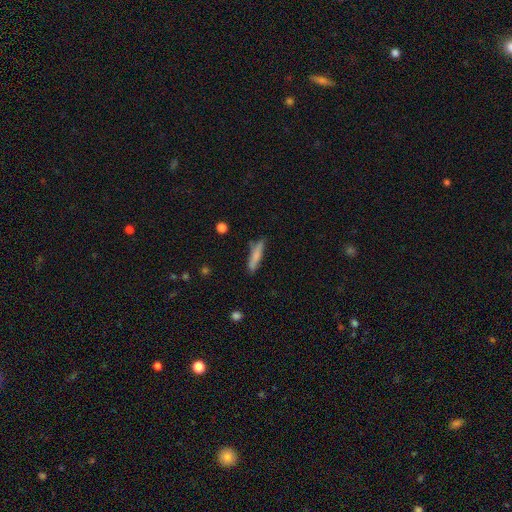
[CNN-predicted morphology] smooth_or_featured: smooth (p=0.73) [alt: featured or disk p=0.20]
how_rounded: cigar-shaped (p=0.85) [alt: in between p=0.14]
merging: none (p=0.72) [alt: minor disturbance p=0.19]